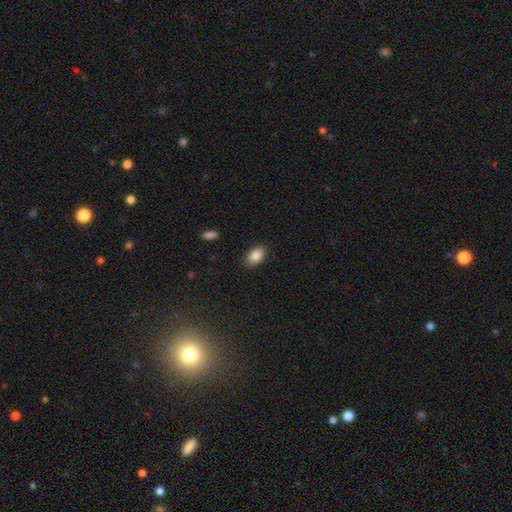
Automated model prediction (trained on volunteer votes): A smooth galaxy with no disk features (88%) that is in between round and cigar-shaped (91%). Merging: none (88%).